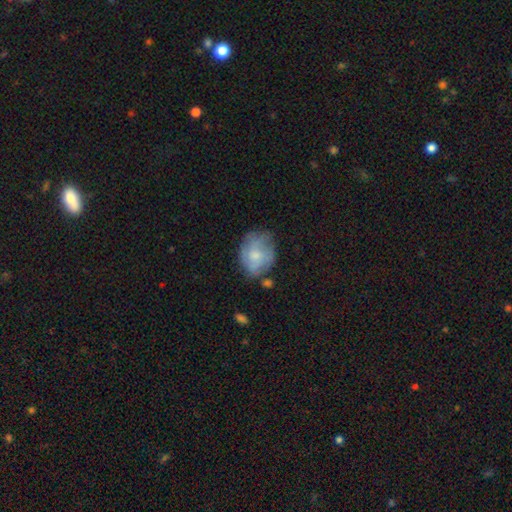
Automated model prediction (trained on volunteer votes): smooth 52%, featured or disk 41%, star or artifact 7%. Down the decision tree: how rounded — in between (54%); merging — none (54%).